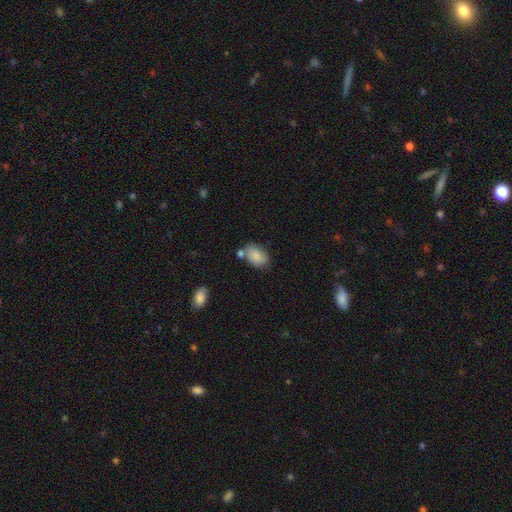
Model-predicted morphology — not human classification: Smooth or featured? Predicted: smooth (p=0.81). How rounded? Predicted: in between (p=0.85). Merging? Predicted: none (p=0.59).